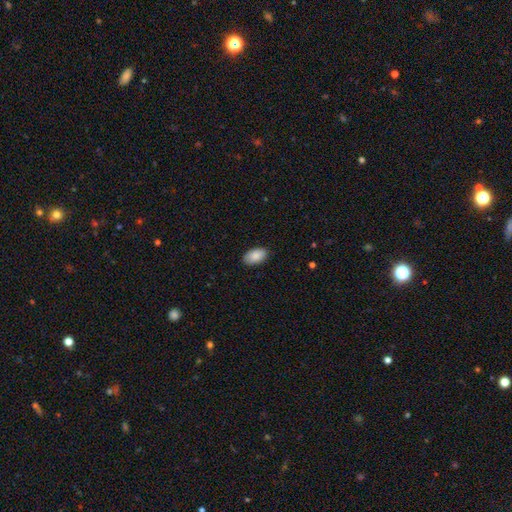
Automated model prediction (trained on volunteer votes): The model was most divided on "merging": none: 88%, minor disturbance: 9%, major disturbance: 2%, merger: 1%. More confident: how rounded — in between (94%); smooth or featured — smooth (89%).